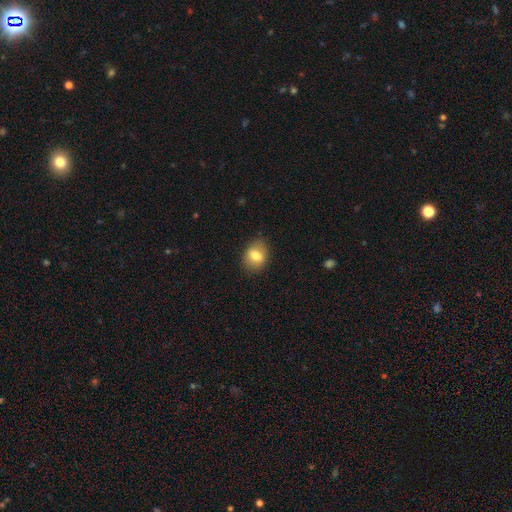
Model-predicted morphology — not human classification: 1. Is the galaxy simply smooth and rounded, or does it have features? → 74% smooth, 17% featured or disk, 9% star or artifact.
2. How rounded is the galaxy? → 57% in between, 42% round, 1% cigar-shaped.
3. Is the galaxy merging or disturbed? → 83% none, 12% minor disturbance, 3% major disturbance, 1% merger.